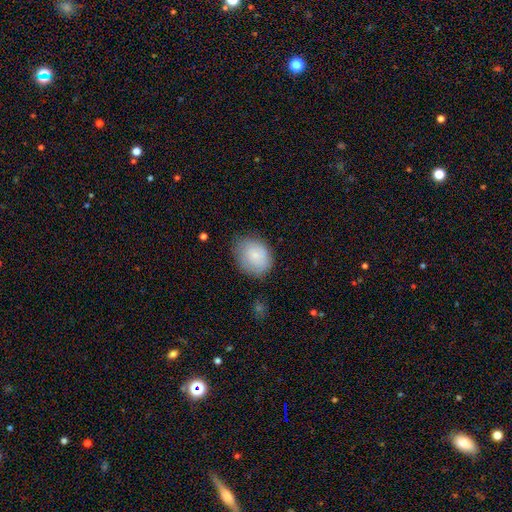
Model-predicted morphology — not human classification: This is likely a smooth galaxy (75%). How rounded: possibly round (50%). Merging: likely none (68%).